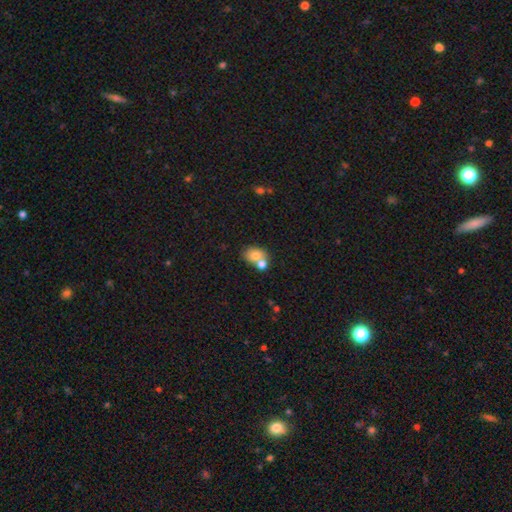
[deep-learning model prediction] smooth_or_featured: smooth (p=0.74) [alt: featured or disk p=0.16]
how_rounded: in between (p=0.61) [alt: round p=0.38]
merging: merger (p=0.48) [alt: none p=0.38]